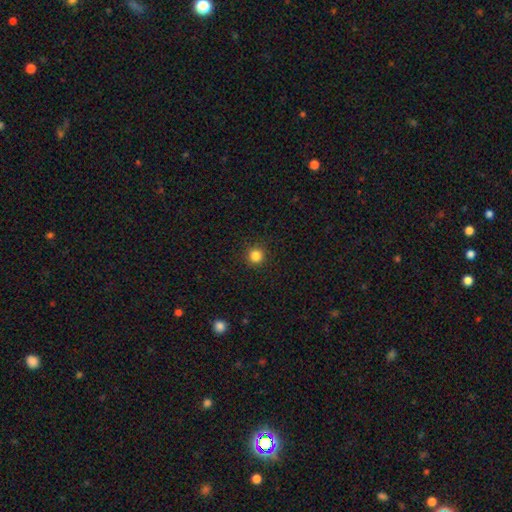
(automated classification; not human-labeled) smooth-or-featured: smooth: 84% | star or artifact: 12% | featured or disk: 4%
  how-rounded: round: 95% | in between: 4% | cigar-shaped: 1%
  merging: none: 92% | minor disturbance: 5% | major disturbance: 2% | merger: 1%